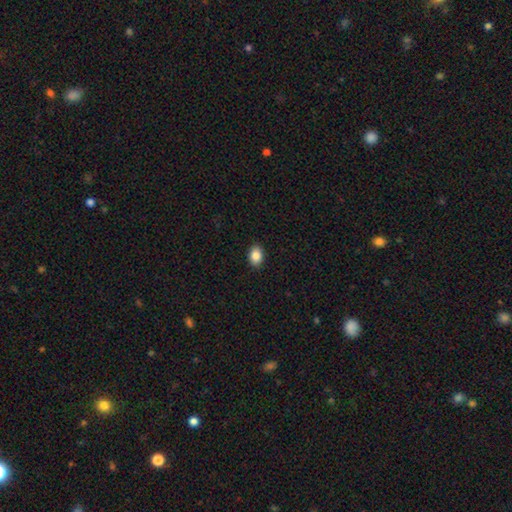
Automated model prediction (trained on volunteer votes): Smooth or featured?
  - smooth: 87% *
  - star or artifact: 8%
  - featured or disk: 4%
How rounded?
  - in between: 76% *
  - round: 23%
  - cigar-shaped: 1%
Merging?
  - none: 91% *
  - minor disturbance: 7%
  - major disturbance: 2%
  - merger: 1%